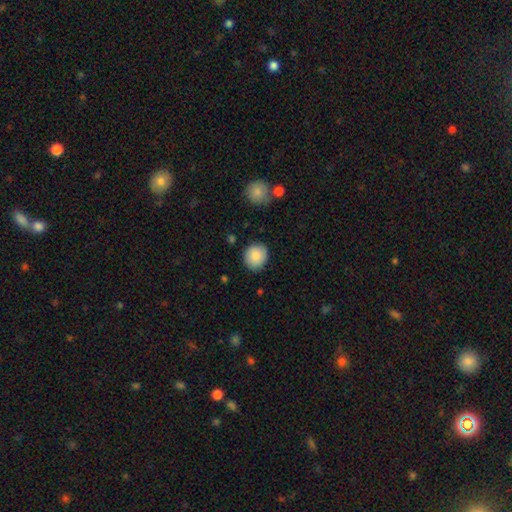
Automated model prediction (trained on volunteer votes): This appears to be a smooth galaxy with no disk features (86%) that is round (82%). Merging: none (87%).